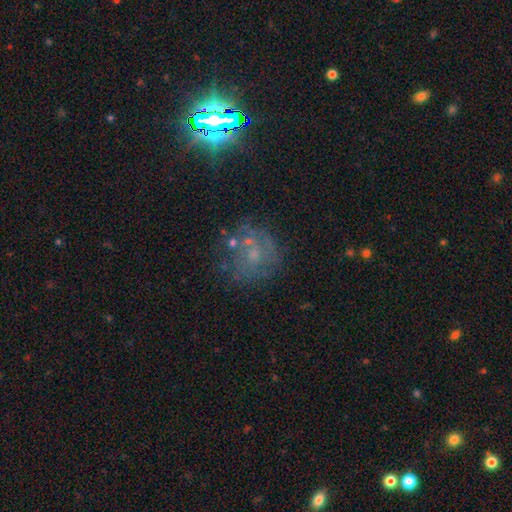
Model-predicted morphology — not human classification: A featured or disk galaxy (48%). Merging: none (57%).